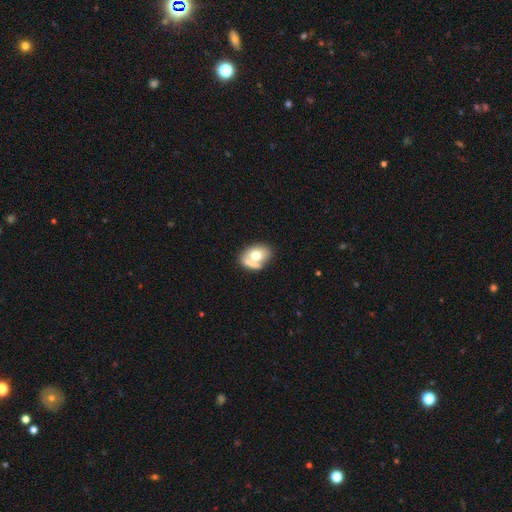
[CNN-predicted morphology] A smooth galaxy with no disk features (64%) that is in between round and cigar-shaped (75%). Merging: none (38%).